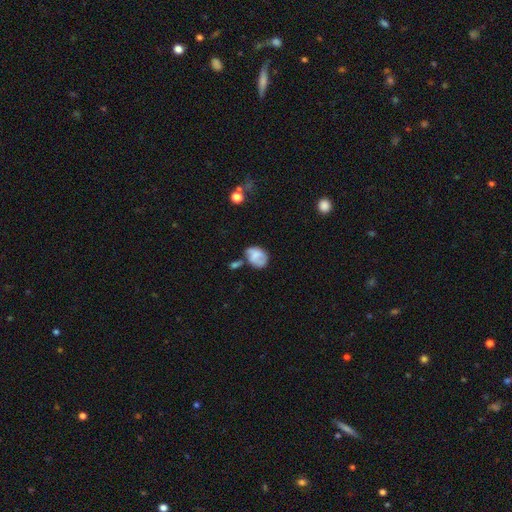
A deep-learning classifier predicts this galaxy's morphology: Smooth or featured? smooth (60%)
How rounded? in between (68%)
Merging? none (36%)